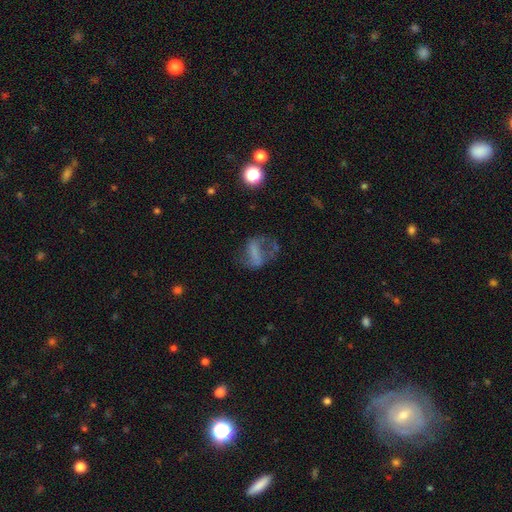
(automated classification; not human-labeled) Smooth or featured? Predicted: featured or disk (p=0.46). Merging? Predicted: major disturbance (p=0.39).